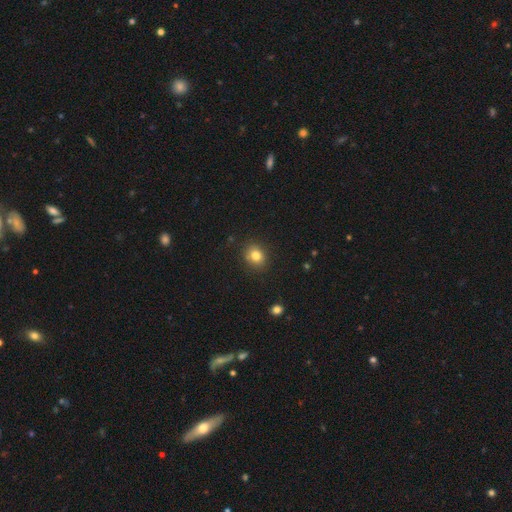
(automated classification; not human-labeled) smooth_or_featured: smooth (p=0.81) [alt: star or artifact p=0.12]
how_rounded: round (p=0.74) [alt: in between p=0.25]
merging: none (p=0.87) [alt: minor disturbance p=0.09]